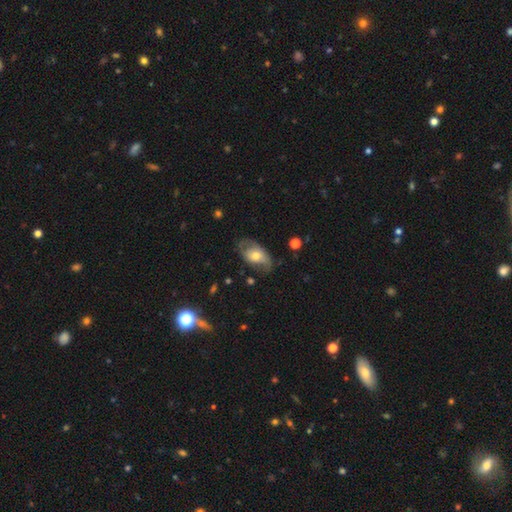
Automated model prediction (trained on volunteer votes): Smooth or featured: featured or disk — 50% (smooth — 43%)
Merging: none — 57% (minor disturbance — 27%)